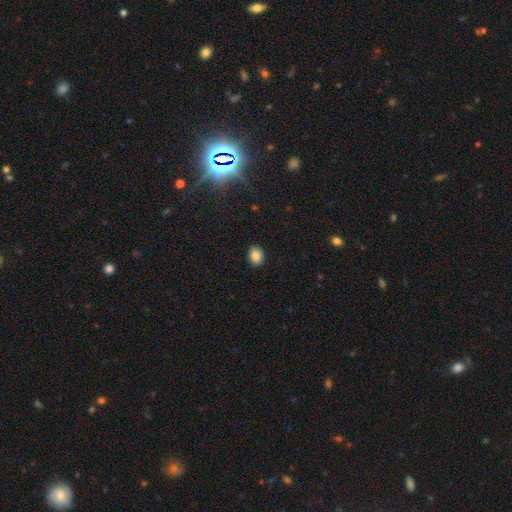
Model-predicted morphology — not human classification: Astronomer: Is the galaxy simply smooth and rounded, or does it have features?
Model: smooth — 86%.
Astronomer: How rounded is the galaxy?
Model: in between — 63%.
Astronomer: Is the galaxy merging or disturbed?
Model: none — 90%.